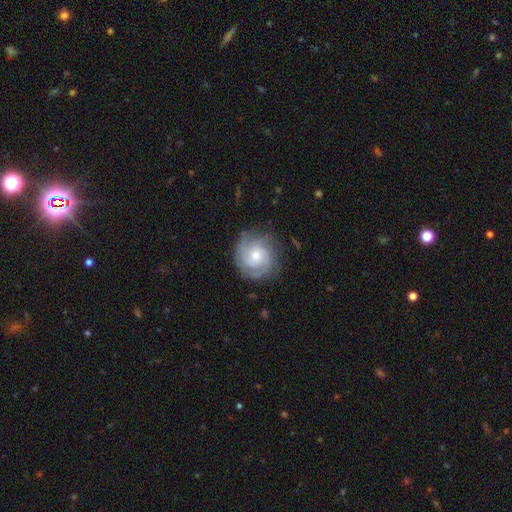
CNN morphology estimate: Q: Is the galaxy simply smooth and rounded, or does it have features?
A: featured or disk — 79%.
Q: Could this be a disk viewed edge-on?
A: no — 98%.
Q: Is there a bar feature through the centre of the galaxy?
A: no — 74%.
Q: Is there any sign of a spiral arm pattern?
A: yes — 95%.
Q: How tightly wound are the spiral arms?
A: tight — 59%.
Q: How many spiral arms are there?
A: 3 — 34%.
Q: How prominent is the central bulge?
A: small — 51%.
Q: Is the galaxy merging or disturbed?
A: none — 77%.